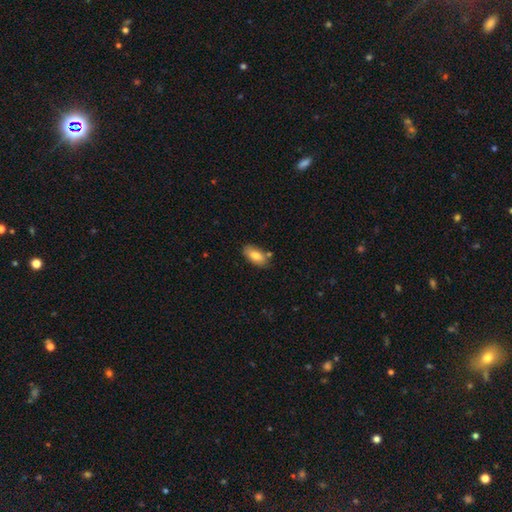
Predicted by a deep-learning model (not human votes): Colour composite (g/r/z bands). It shows a smooth galaxy with no disk features (80%) that is in between round and cigar-shaped (91%). Merging: none (76%).